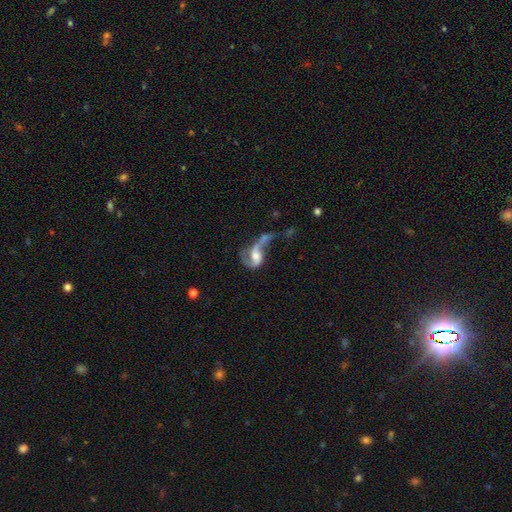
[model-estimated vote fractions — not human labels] Smooth or featured?
  - featured or disk: 73% *
  - smooth: 19%
  - star or artifact: 8%
Edge-on disk?
  - no: 97% *
  - yes: 3%
Bar?
  - no: 52% *
  - weak: 36%
  - strong: 12%
Spiral arms?
  - yes: 84% *
  - no: 16%
Spiral winding?
  - loose: 72% *
  - medium: 22%
  - tight: 6%
Spiral arm count?
  - 2: 65% *
  - 1: 26%
  - can't tell: 5%
  - 3: 2%
  - 4: 1%
  - more than 4: 1%
Bulge size?
  - moderate: 42% *
  - small: 22%
  - large: 19%
  - none: 15%
  - dominant: 3%
Merging?
  - major disturbance: 41% *
  - merger: 31%
  - none: 17%
  - minor disturbance: 11%